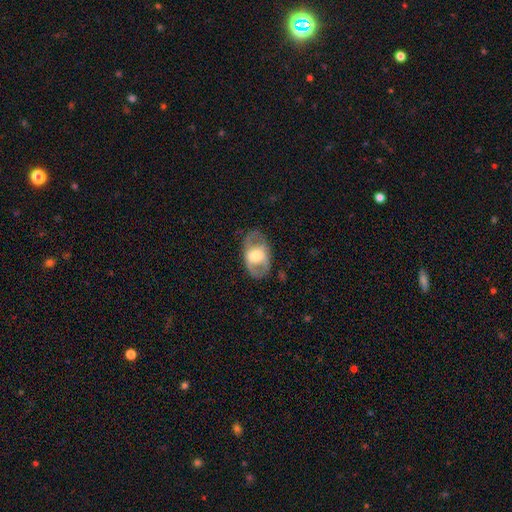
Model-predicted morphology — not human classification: The model was most divided on "spiral arms": yes: 54%, no: 46%. More confident: edge-on disk — no (91%); merging — none (68%); bulge size — moderate (59%); smooth or featured — featured or disk (58%); bar — no (50%).